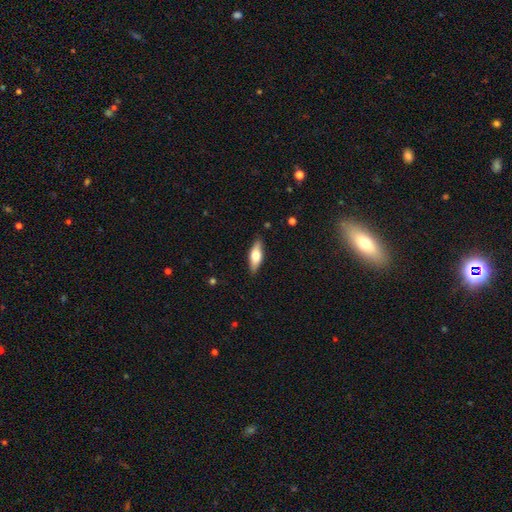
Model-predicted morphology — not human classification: smooth 58%, featured or disk 36%, star or artifact 6%. Down the decision tree: how rounded — in between (60%); merging — none (87%).